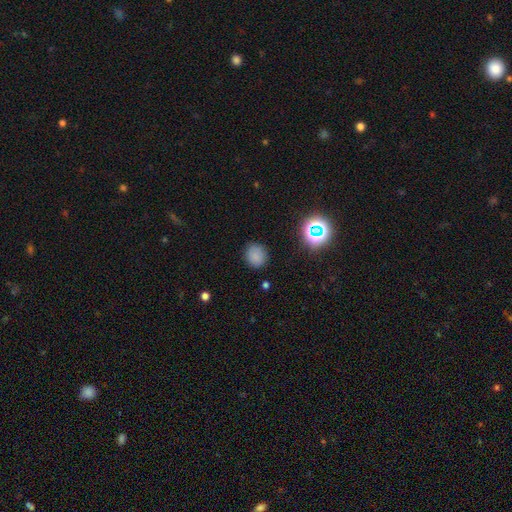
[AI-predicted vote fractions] This is likely a smooth galaxy (78%). How rounded: clearly round (81%). Merging: clearly none (85%).